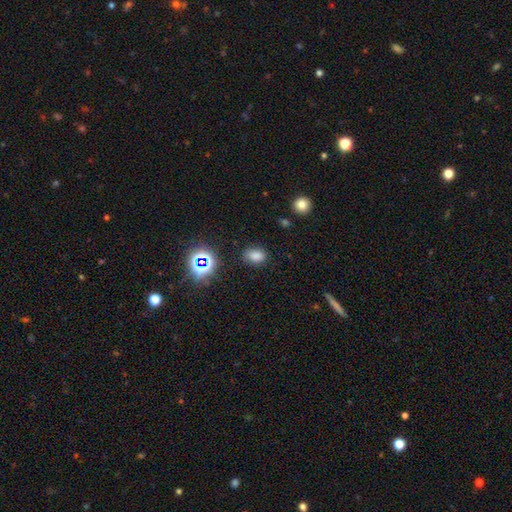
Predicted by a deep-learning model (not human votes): This appears to be a smooth galaxy with no disk features (75%) that is in between round and cigar-shaped (78%). Merging: none (78%).